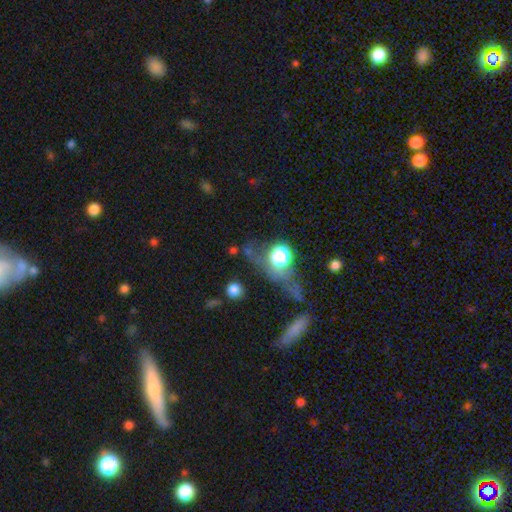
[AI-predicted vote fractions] Smooth or featured?
  - star or artifact: 43% *
  - smooth: 34%
  - featured or disk: 23%